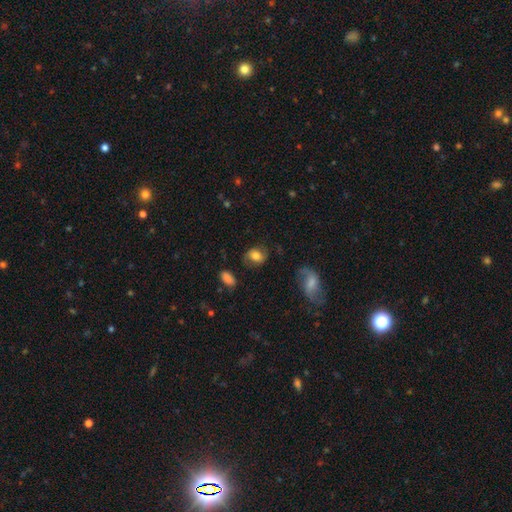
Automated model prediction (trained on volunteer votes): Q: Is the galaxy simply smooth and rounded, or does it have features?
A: smooth — 53%.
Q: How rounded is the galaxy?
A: in between — 53%.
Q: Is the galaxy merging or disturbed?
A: none — 70%.